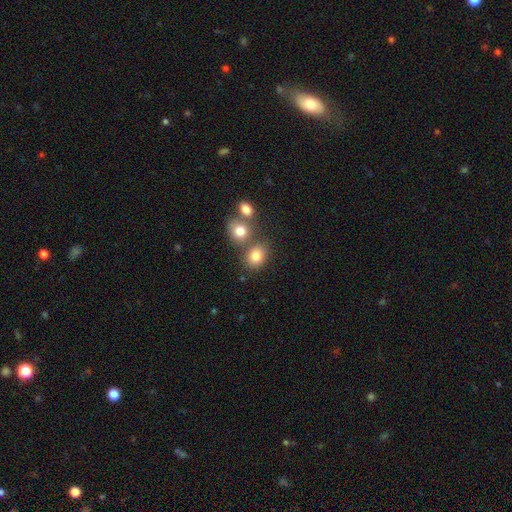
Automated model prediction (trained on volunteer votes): Q: Smooth or featured?
A: smooth (80%); runner-up: star or artifact (12%)
Q: How rounded?
A: round (58%); runner-up: in between (41%)
Q: Merging?
A: none (58%); runner-up: merger (28%)